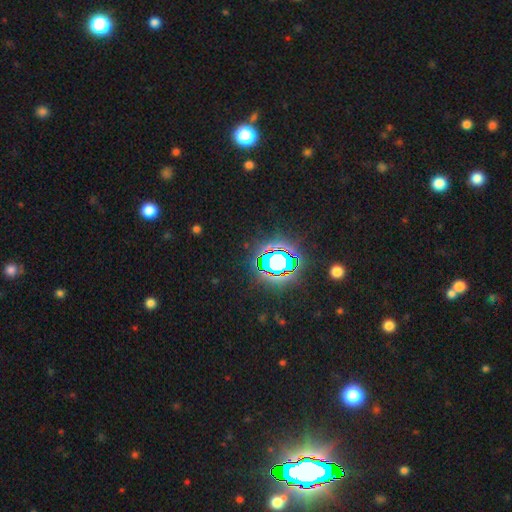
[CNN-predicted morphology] Overall: star or artifact (82%).